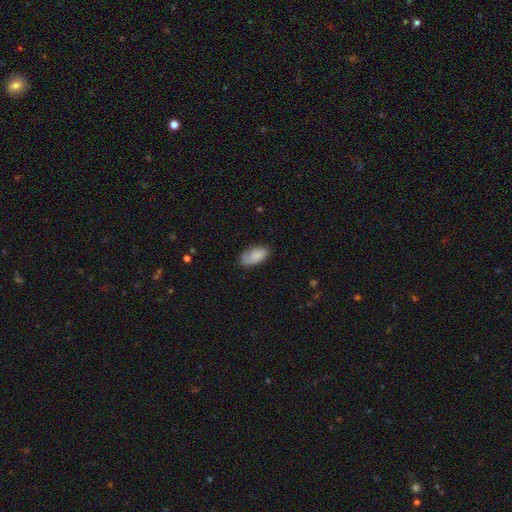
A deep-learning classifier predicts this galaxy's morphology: Smooth or featured? Predicted: smooth (p=0.82). How rounded? Predicted: in between (p=0.94). Merging? Predicted: none (p=0.69).